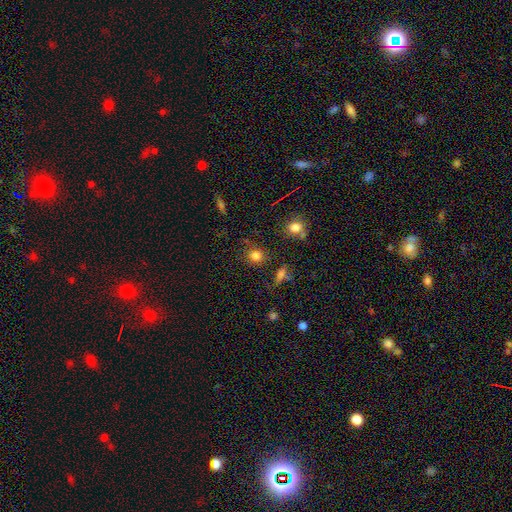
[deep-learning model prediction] This appears to be a smooth galaxy with no disk features (80%) that is round (81%). Merging: none (78%).